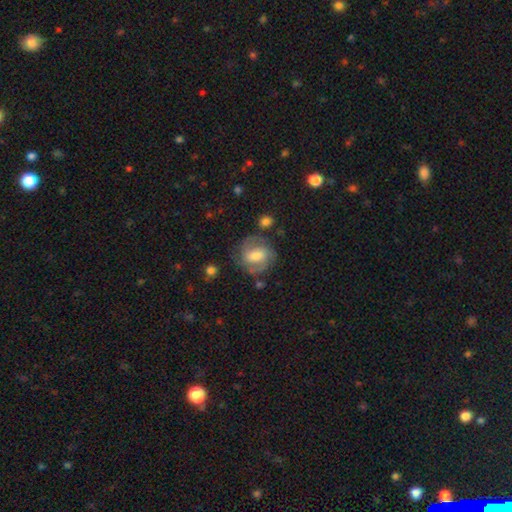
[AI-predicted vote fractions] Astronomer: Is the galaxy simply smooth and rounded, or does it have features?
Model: featured or disk — 63%.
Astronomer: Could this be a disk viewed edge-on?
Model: no — 97%.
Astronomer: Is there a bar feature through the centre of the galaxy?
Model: weak — 49% (runner-up: no, 29%).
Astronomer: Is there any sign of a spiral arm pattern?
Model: yes — 87%.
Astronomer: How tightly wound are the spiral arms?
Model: medium — 46% (runner-up: tight, 38%).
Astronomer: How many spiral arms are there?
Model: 2 — 68%.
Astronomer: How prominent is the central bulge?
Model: moderate — 55%.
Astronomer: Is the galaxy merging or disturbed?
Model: none — 70%.